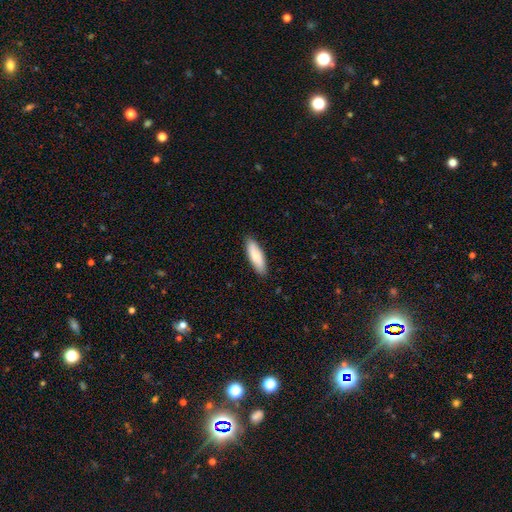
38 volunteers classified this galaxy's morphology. type=smooth (82%); roundness=cigar-shaped (68%); merging=none (80%).